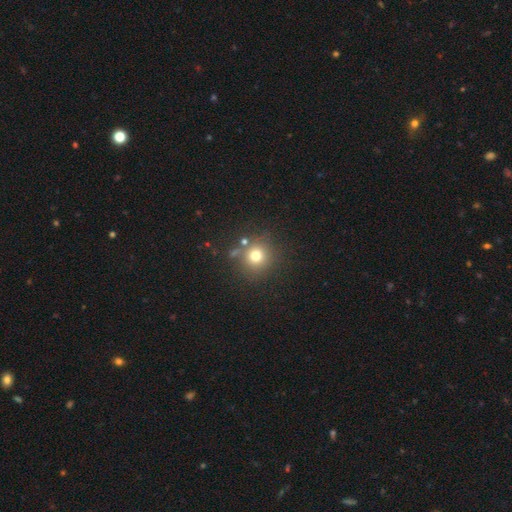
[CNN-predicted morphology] This appears to be a smooth galaxy with no disk features (74%) that is round (91%). Merging: none (77%).